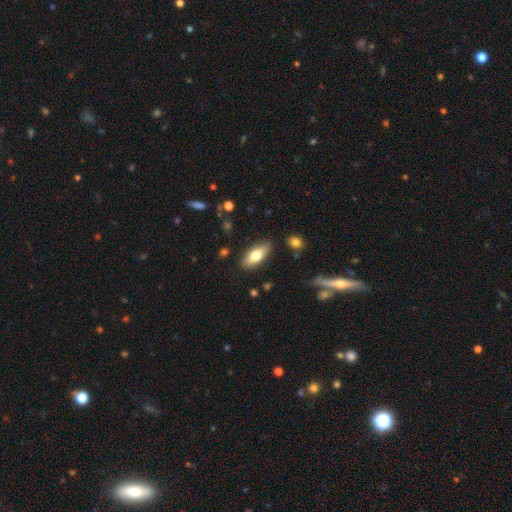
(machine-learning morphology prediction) type=smooth (74%); roundness=in between (81%); merging=none (85%).